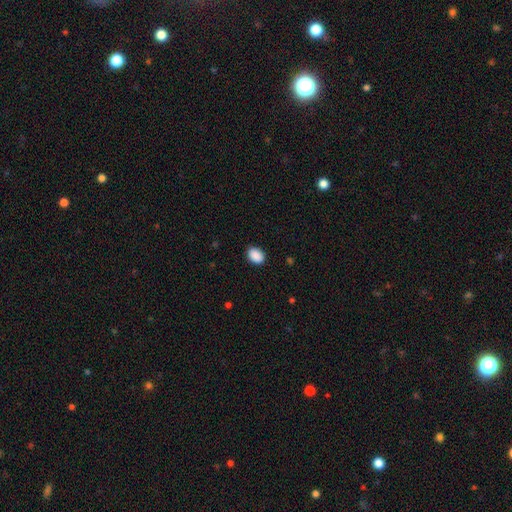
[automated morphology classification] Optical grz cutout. It shows a smooth galaxy with no disk features (90%) that is in between round and cigar-shaped (76%). Merging: none (87%).